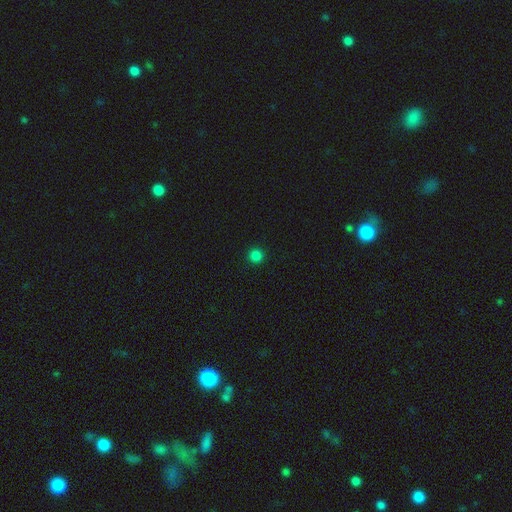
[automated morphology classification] Smooth or featured? Predicted: smooth (p=0.83). How rounded? Predicted: round (p=0.96). Merging? Predicted: none (p=0.93).